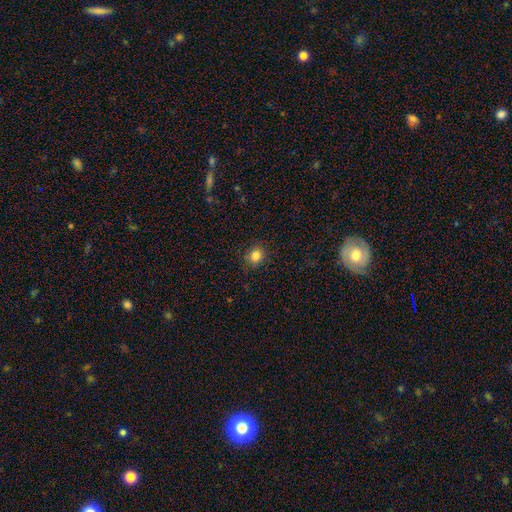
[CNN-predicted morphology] Q: Smooth or featured?
A: smooth (83%); runner-up: star or artifact (12%)
Q: How rounded?
A: round (80%); runner-up: in between (19%)
Q: Merging?
A: none (87%); runner-up: minor disturbance (9%)